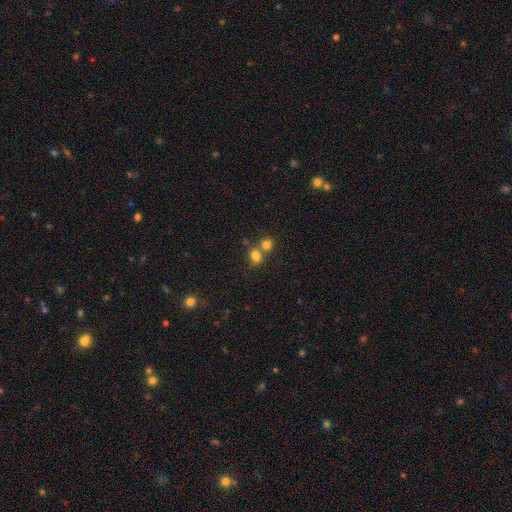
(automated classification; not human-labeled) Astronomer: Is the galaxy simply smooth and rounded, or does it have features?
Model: smooth — 80%.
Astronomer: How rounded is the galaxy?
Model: round — 61% (runner-up: in between, 38%).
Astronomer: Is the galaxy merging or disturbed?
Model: merger — 46% (runner-up: none, 43%).